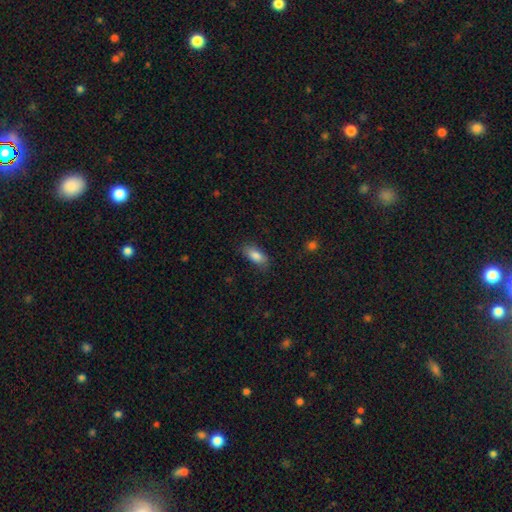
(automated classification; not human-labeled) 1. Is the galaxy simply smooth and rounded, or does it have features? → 84% smooth, 9% featured or disk, 8% star or artifact.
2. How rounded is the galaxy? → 84% in between, 14% cigar-shaped, 3% round.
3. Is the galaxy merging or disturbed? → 79% none, 15% minor disturbance, 4% major disturbance, 1% merger.